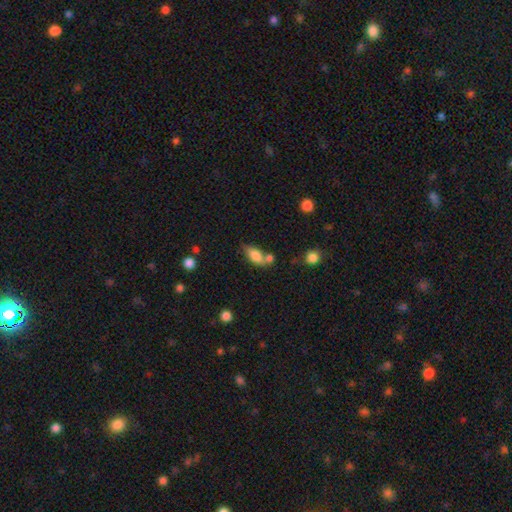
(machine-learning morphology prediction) A smooth galaxy with no disk features (79%) that is in between round and cigar-shaped (84%). Merging: none (44%).